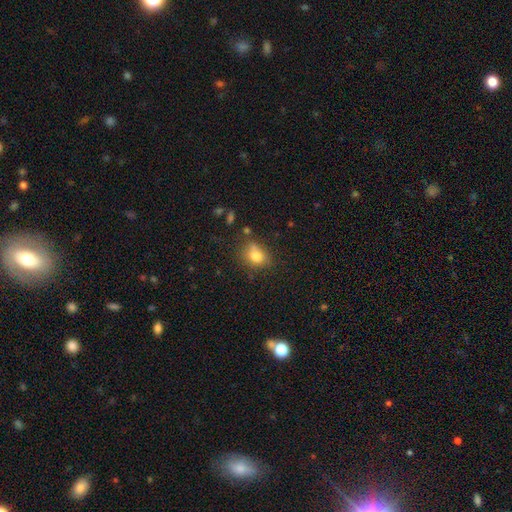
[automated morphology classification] smooth 79%, star or artifact 11%, featured or disk 10%. Down the decision tree: how rounded — in between (56%); merging — none (59%).